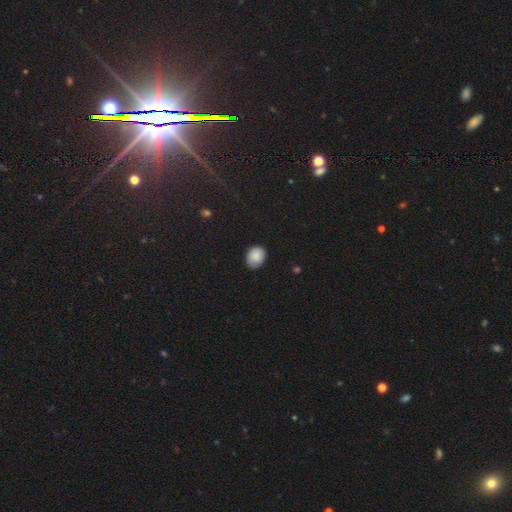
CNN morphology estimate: type=smooth (87%); roundness=in between (53%); merging=none (76%).